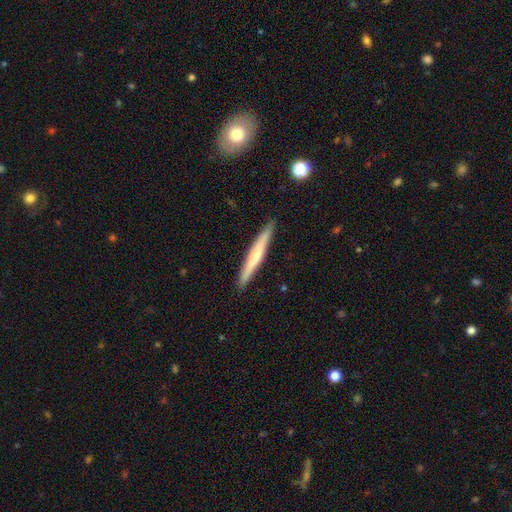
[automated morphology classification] type=smooth (49%); merging=none (90%).